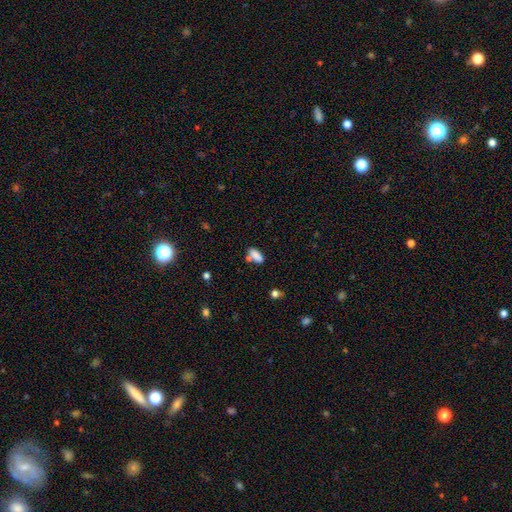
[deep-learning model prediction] Smooth or featured?
  - smooth: 82% *
  - star or artifact: 9%
  - featured or disk: 9%
How rounded?
  - in between: 83% *
  - cigar-shaped: 13%
  - round: 4%
Merging?
  - none: 54% *
  - merger: 24%
  - minor disturbance: 17%
  - major disturbance: 5%